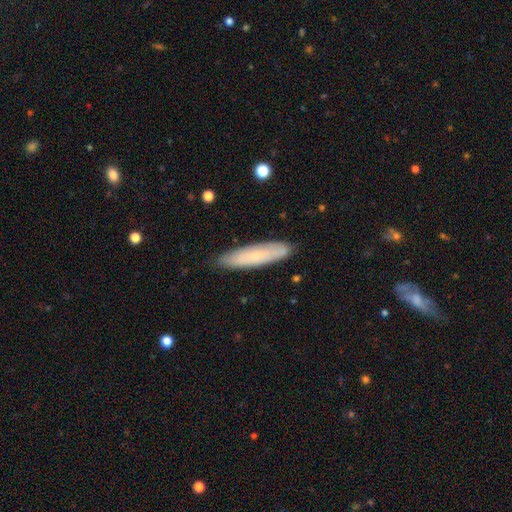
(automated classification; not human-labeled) smooth 62%, featured or disk 31%, star or artifact 7%. Down the decision tree: how rounded — cigar-shaped (77%); merging — none (85%).